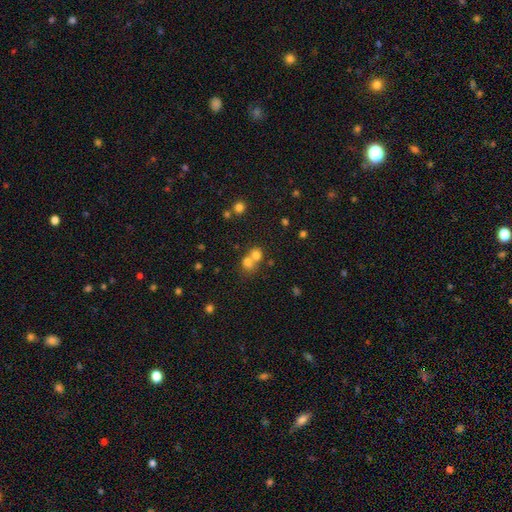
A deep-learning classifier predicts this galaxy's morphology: A smooth galaxy with no disk features (72%) that is round (76%). Merging: merger (58%).